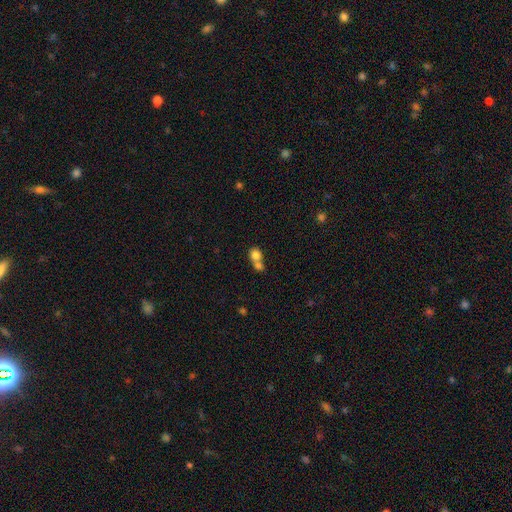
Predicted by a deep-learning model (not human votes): Overall: smooth (78%). How rounded: round (73%). Merging: merger (64%; none 27%).